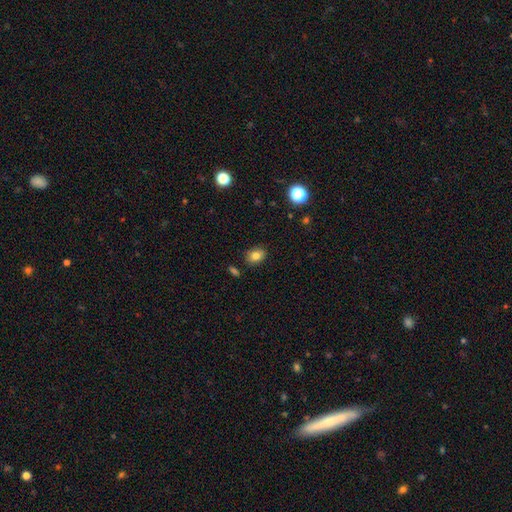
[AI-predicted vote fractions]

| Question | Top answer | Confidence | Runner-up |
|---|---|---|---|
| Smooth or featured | smooth | 81% | star or artifact (10%) |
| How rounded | in between | 67% | round (31%) |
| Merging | none | 84% | minor disturbance (11%) |